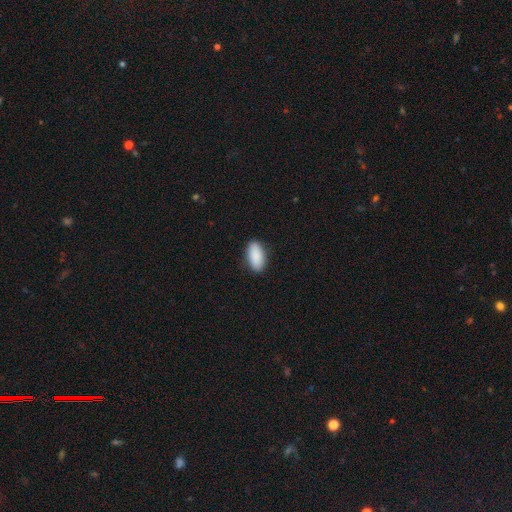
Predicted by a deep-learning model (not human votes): The model was most divided on "merging": none: 89%, minor disturbance: 8%, major disturbance: 2%, merger: 1%. More confident: how rounded — in between (93%); smooth or featured — smooth (91%).